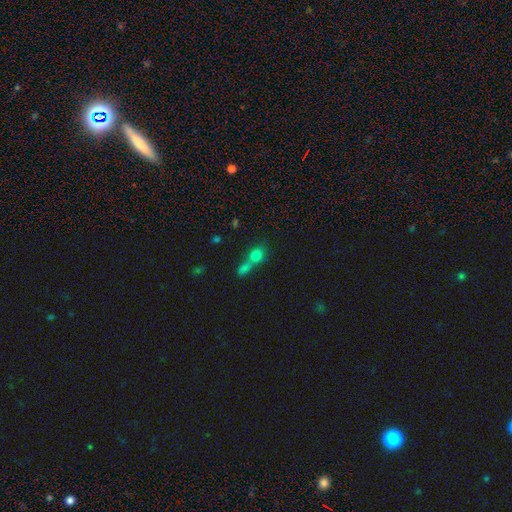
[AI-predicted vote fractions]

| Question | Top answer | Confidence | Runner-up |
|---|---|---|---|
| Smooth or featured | smooth | 76% | star or artifact (14%) |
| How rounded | round | 60% | in between (35%) |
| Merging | merger | 56% | none (32%) |